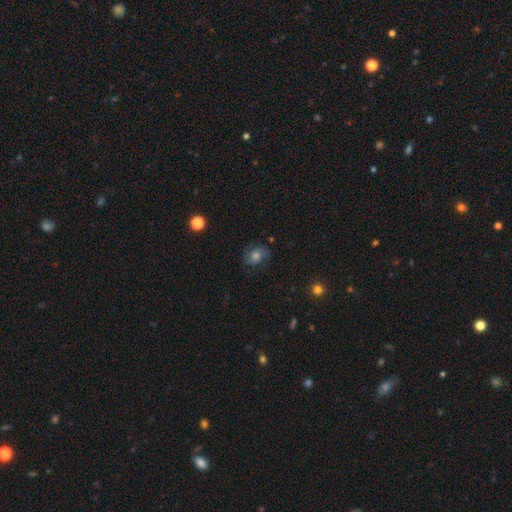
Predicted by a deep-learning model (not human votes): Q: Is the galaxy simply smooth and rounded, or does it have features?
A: smooth — 43%.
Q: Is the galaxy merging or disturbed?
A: none — 73%.